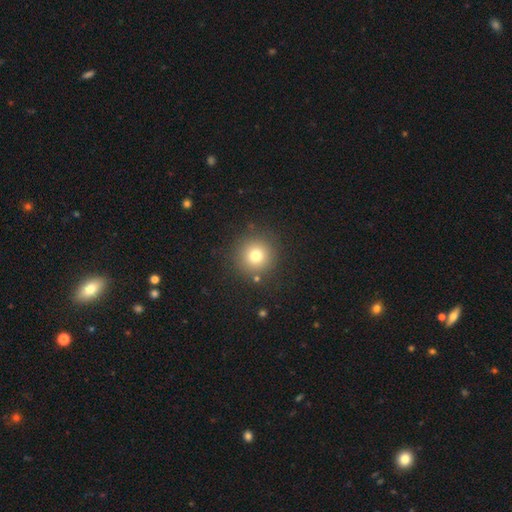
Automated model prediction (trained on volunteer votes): A smooth galaxy with no disk features (75%) that is round (95%). Merging: none (87%).